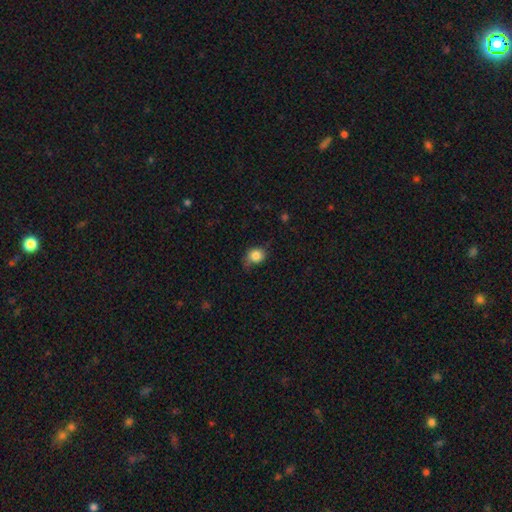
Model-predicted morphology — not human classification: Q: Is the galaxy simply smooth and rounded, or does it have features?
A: smooth — 83%.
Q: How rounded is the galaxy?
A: round — 67%.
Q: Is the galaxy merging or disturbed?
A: none — 65%.